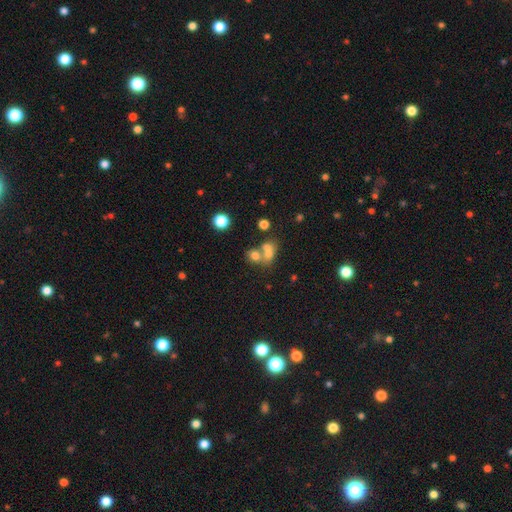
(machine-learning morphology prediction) Smooth or featured?
  - smooth: 66% *
  - featured or disk: 19%
  - star or artifact: 16%
How rounded?
  - round: 60% *
  - in between: 38%
  - cigar-shaped: 1%
Merging?
  - merger: 56% *
  - none: 31%
  - minor disturbance: 7%
  - major disturbance: 5%